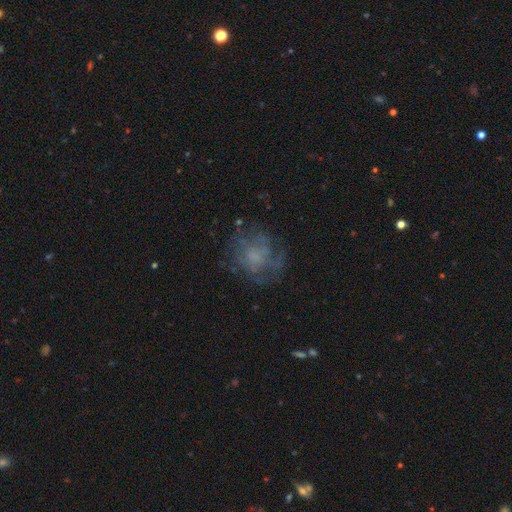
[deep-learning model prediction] Smooth or featured: featured or disk — 51% (smooth — 34%)
Edge-on disk: no — 98% (yes — 2%)
Merging: none — 65% (minor disturbance — 17%)